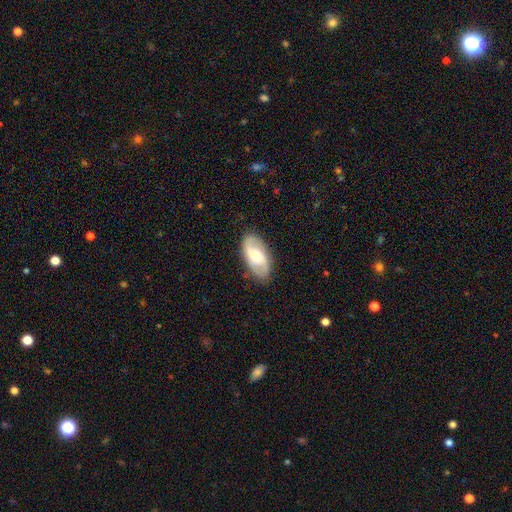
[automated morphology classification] Smooth or featured?
  - featured or disk: 65% *
  - smooth: 29%
  - star or artifact: 6%
Edge-on disk?
  - no: 94% *
  - yes: 6%
Bar?
  - no: 47% *
  - weak: 40%
  - strong: 13%
Spiral arms?
  - yes: 89% *
  - no: 11%
Spiral winding?
  - medium: 41% *
  - loose: 40%
  - tight: 19%
Spiral arm count?
  - 2: 87% *
  - can't tell: 7%
  - 1: 2%
  - 3: 2%
  - 4: 1%
  - more than 4: 1%
Bulge size?
  - moderate: 57% *
  - small: 32%
  - large: 8%
  - none: 2%
  - dominant: 1%
Merging?
  - none: 84% *
  - minor disturbance: 12%
  - major disturbance: 3%
  - merger: 1%